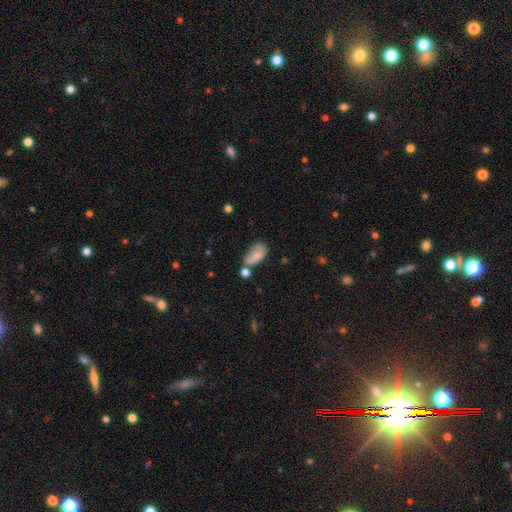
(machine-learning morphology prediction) A smooth galaxy with no disk features (75%) that is in between round and cigar-shaped (90%). Merging: none (35%).